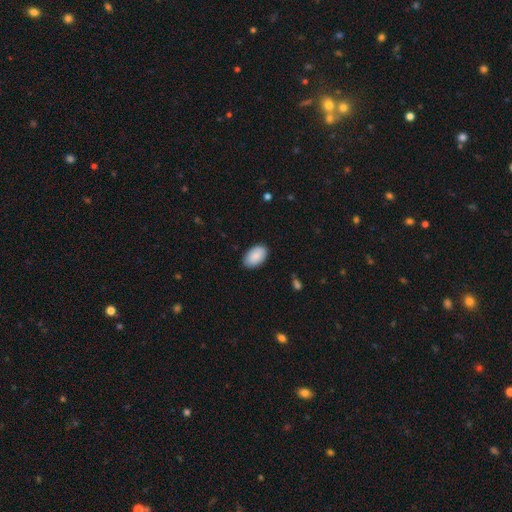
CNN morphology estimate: Smooth or featured: smooth — 88% (featured or disk — 6%)
How rounded: in between — 94% (round — 5%)
Merging: none — 87% (minor disturbance — 10%)